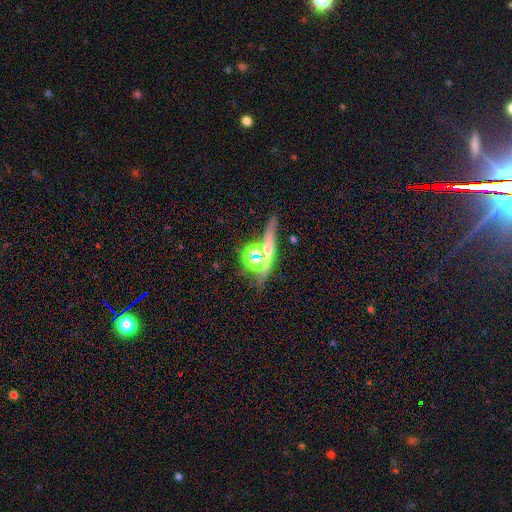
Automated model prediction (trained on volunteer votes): star or artifact 37%, smooth 35%, featured or disk 28%.